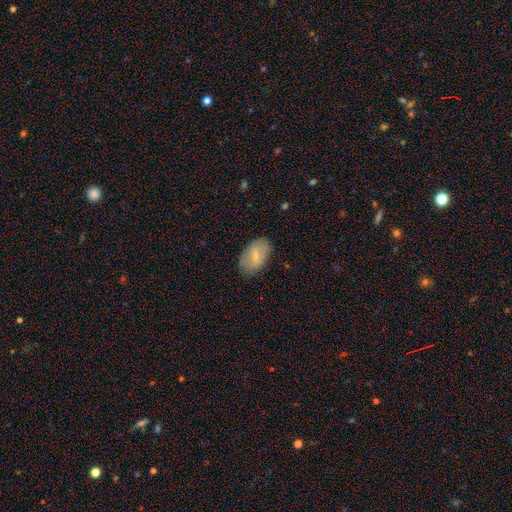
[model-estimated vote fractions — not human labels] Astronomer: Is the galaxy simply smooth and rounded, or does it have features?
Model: smooth — 63%.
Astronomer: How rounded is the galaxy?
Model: in between — 92%.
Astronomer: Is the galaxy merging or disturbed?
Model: none — 82%.